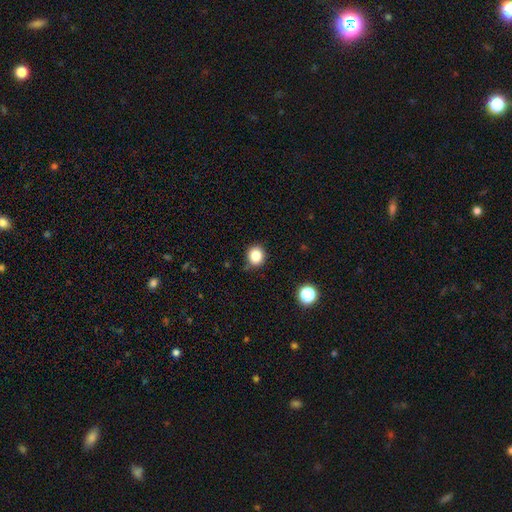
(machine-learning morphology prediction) Smooth or featured?
  - smooth: 84% *
  - star or artifact: 12%
  - featured or disk: 5%
How rounded?
  - round: 83% *
  - in between: 16%
  - cigar-shaped: 1%
Merging?
  - none: 83% *
  - minor disturbance: 12%
  - major disturbance: 3%
  - merger: 2%